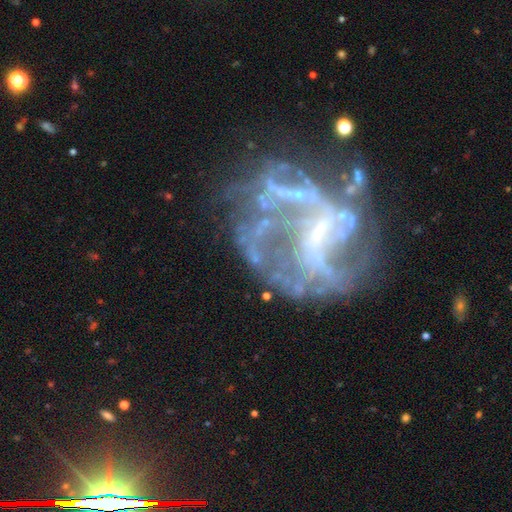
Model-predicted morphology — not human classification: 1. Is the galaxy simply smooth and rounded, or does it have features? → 78% featured or disk, 14% star or artifact, 8% smooth.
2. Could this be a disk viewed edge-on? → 98% no, 2% yes.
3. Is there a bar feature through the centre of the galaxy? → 42% no, 36% weak, 22% strong.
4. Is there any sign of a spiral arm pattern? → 56% yes, 44% no.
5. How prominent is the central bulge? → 44% small, 43% none, 10% moderate, 1% large, 1% dominant.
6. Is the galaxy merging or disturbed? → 39% major disturbance, 34% none, 15% minor disturbance, 11% merger.